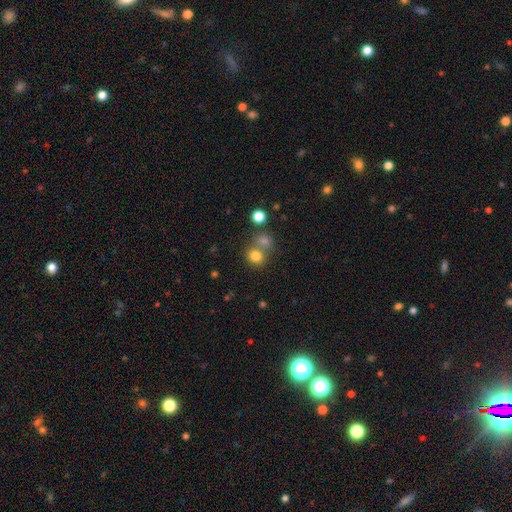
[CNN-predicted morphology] A smooth galaxy with no disk features (77%) that is round (73%). Merging: none (51%).